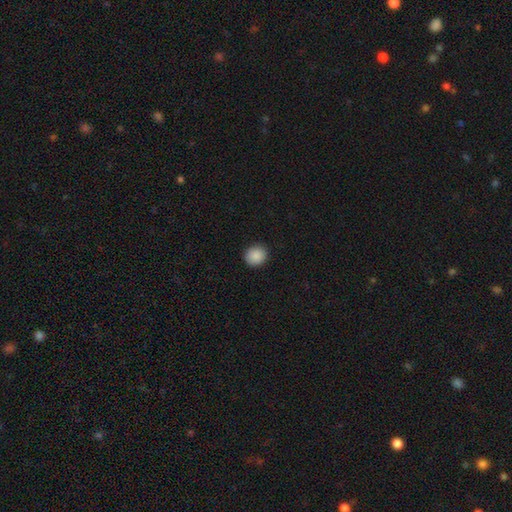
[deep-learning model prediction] The model was most divided on "how rounded": round: 82%, in between: 17%, cigar-shaped: 1%. More confident: merging — none (90%); smooth or featured — smooth (89%).